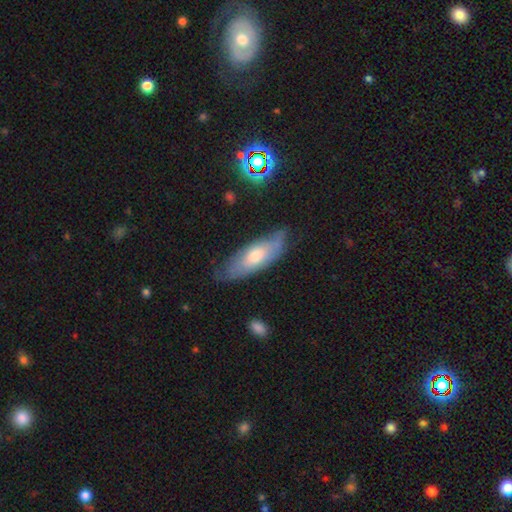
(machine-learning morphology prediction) Q: Smooth or featured?
A: smooth (56%); runner-up: featured or disk (38%)
Q: How rounded?
A: in between (61%); runner-up: cigar-shaped (37%)
Q: Merging?
A: none (68%); runner-up: minor disturbance (25%)